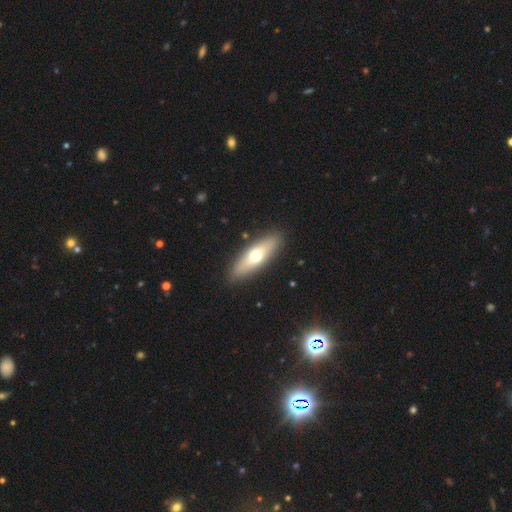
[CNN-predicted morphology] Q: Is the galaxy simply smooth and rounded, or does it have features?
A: smooth — 57%.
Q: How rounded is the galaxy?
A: cigar-shaped — 54%.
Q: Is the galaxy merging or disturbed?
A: none — 89%.